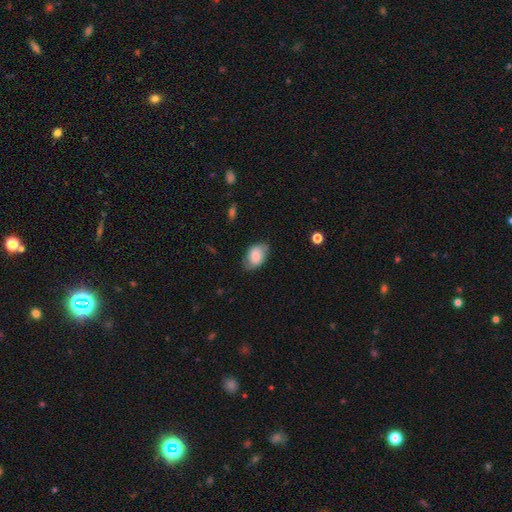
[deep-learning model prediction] A smooth galaxy with no disk features (75%) that is in between round and cigar-shaped (86%).

Vote fractions:
- Smooth or featured? smooth: 75% / featured or disk: 18% / star or artifact: 7%
- How rounded? in between: 86% / round: 13% / cigar-shaped: 1%
- Merging? none: 69% / minor disturbance: 24% / major disturbance: 6% / merger: 1%